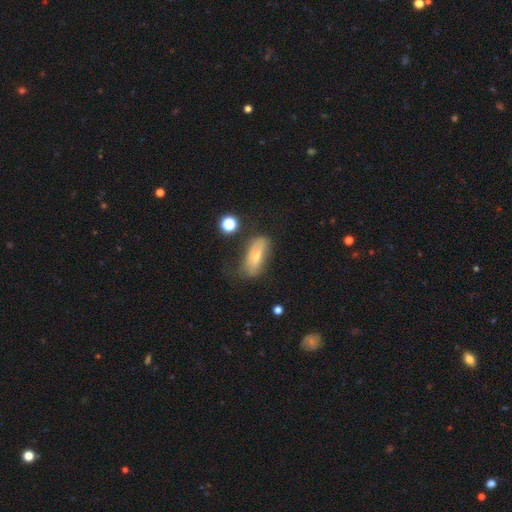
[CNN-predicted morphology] smooth_or_featured: smooth (p=0.56) [alt: featured or disk p=0.35]
how_rounded: in between (p=0.69) [alt: cigar-shaped p=0.27]
merging: none (p=0.54) [alt: minor disturbance p=0.29]